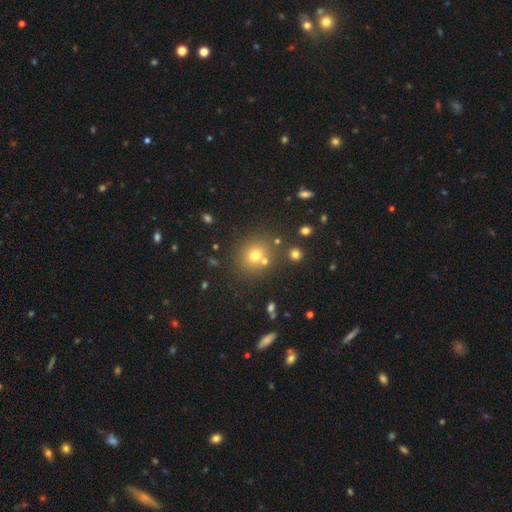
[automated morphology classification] A smooth galaxy with no disk features (68%) that is round (84%). Merging: none (71%).